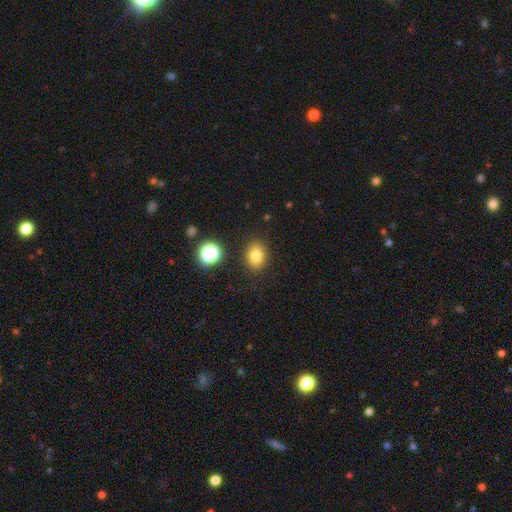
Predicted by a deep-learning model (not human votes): Smooth or featured: smooth — 81% (star or artifact — 13%)
How rounded: in between — 53% (round — 46%)
Merging: none — 86% (minor disturbance — 9%)